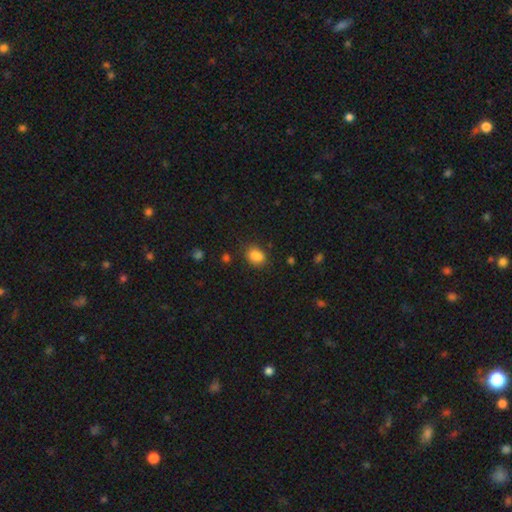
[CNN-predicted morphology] This is clearly a smooth galaxy (84%). How rounded: likely in between (74%). Merging: likely none (69%).